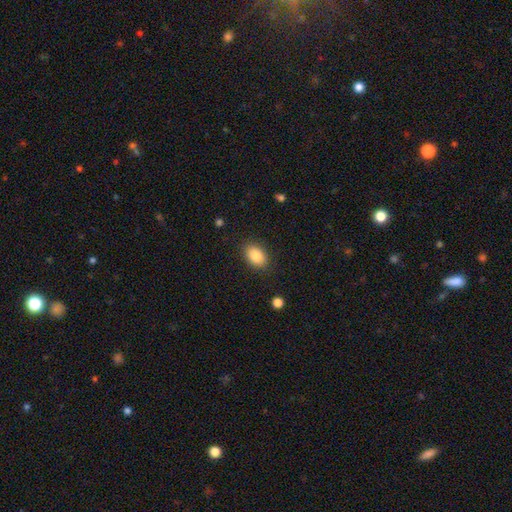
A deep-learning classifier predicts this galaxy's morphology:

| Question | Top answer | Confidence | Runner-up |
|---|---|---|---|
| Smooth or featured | smooth | 85% | star or artifact (8%) |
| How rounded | in between | 81% | round (18%) |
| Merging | none | 86% | minor disturbance (10%) |